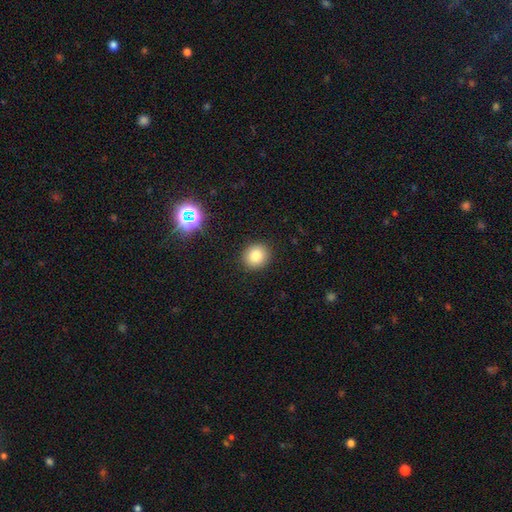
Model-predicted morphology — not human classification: This is clearly a smooth galaxy (81%). How rounded: clearly round (85%). Merging: clearly none (91%).